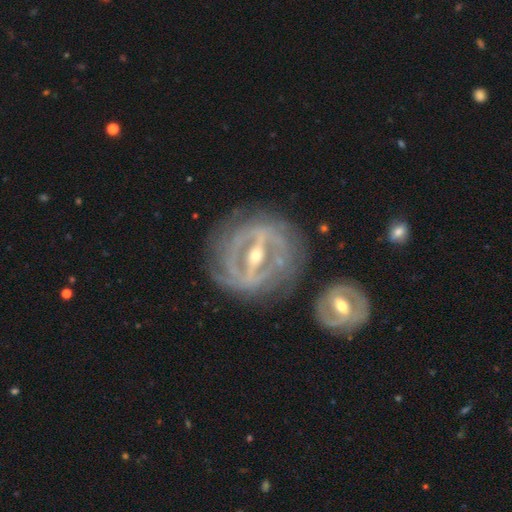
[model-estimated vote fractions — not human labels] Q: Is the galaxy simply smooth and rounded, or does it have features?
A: featured or disk — 90%.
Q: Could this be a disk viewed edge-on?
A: no — 90%.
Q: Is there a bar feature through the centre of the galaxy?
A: strong — 81%.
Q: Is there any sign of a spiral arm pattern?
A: yes — 80%.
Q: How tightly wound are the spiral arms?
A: tight — 67%.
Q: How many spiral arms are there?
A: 2 — 32%.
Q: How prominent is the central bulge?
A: moderate — 57%.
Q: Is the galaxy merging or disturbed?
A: none — 69%.